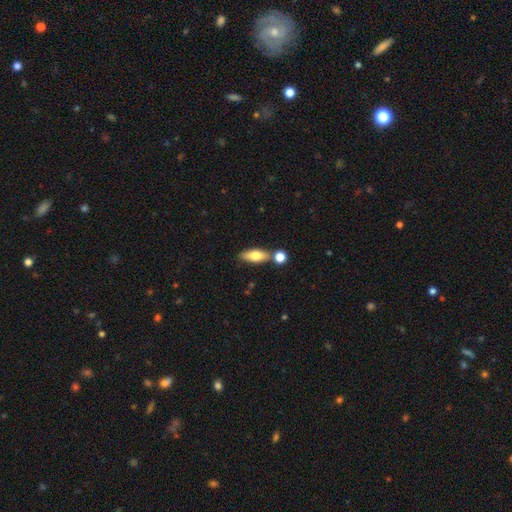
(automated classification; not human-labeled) This appears to be a smooth galaxy with no disk features (72%) that is in between round and cigar-shaped (72%). Merging: none (67%).